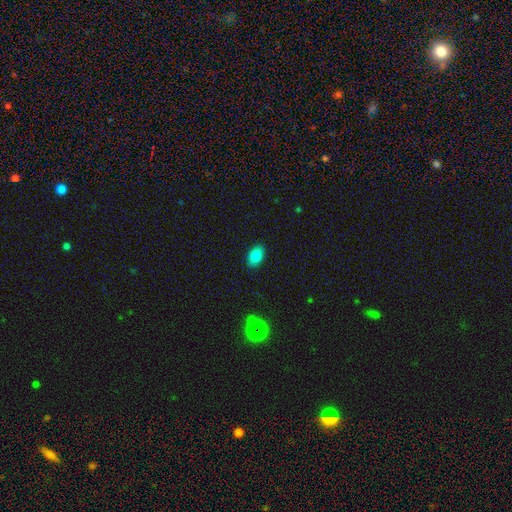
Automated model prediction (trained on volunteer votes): Overall: smooth (84%). How rounded: in between (89%). Merging: none (89%).